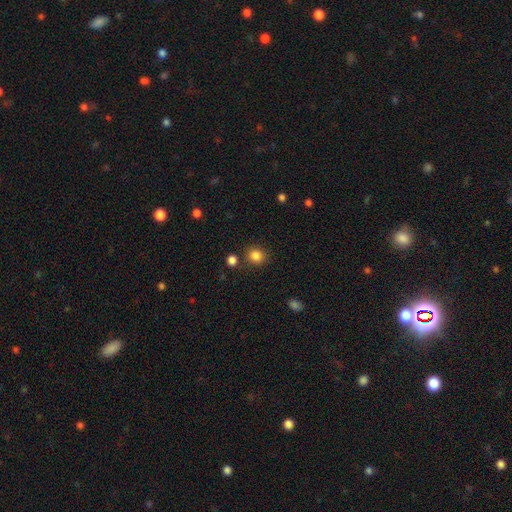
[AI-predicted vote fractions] Morphology: type=smooth (84%); roundness=round (84%); merging=none (83%).